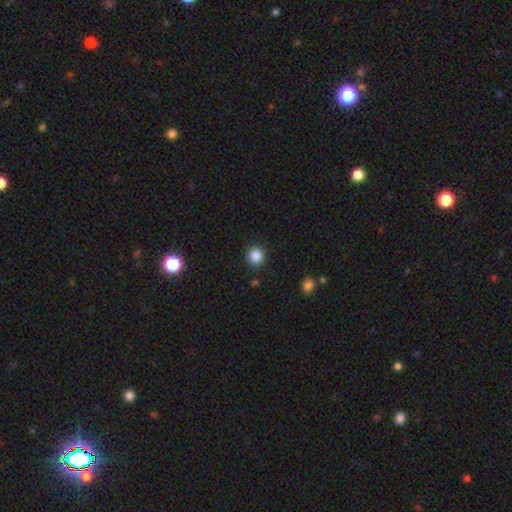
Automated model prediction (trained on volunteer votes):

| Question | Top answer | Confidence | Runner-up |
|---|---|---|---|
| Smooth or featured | smooth | 86% | star or artifact (11%) |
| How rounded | round | 90% | in between (9%) |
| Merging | none | 89% | minor disturbance (7%) |